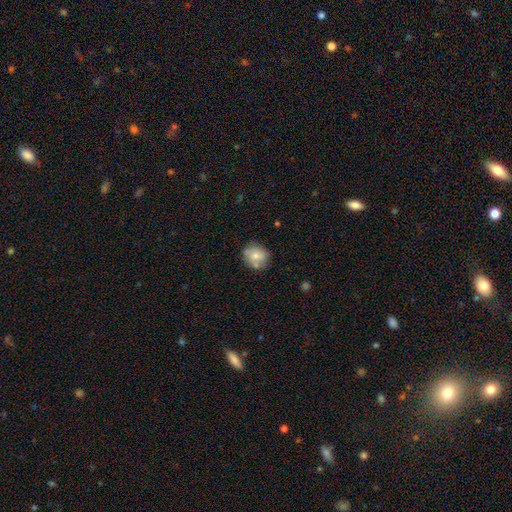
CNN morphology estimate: Overall: smooth (62%; featured or disk 30%). How rounded: round (76%). Merging: none (66%).